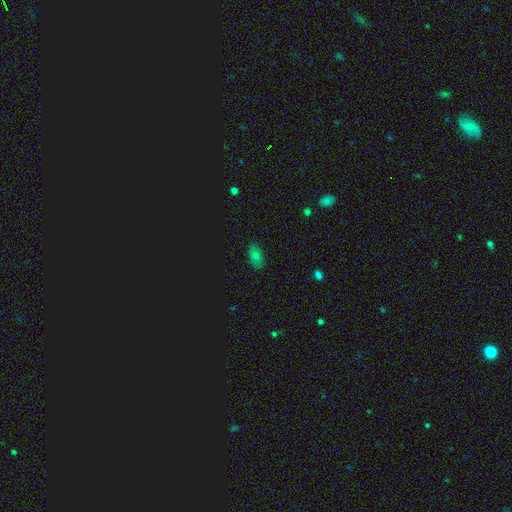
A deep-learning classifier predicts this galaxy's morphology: Overall: smooth (68%). How rounded: in between (89%). Merging: none (85%).